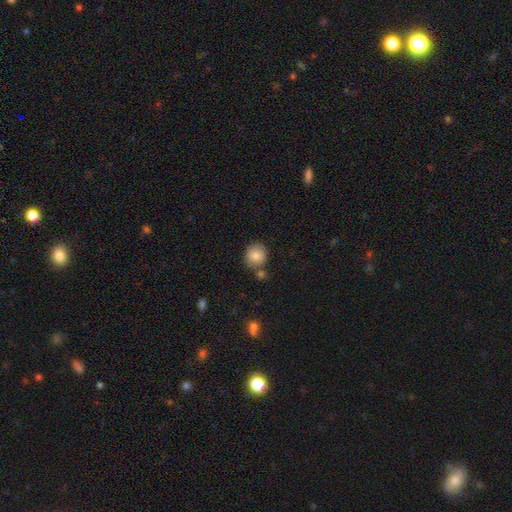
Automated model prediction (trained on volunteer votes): Morphology: type=smooth (85%); roundness=round (85%); merging=none (71%).